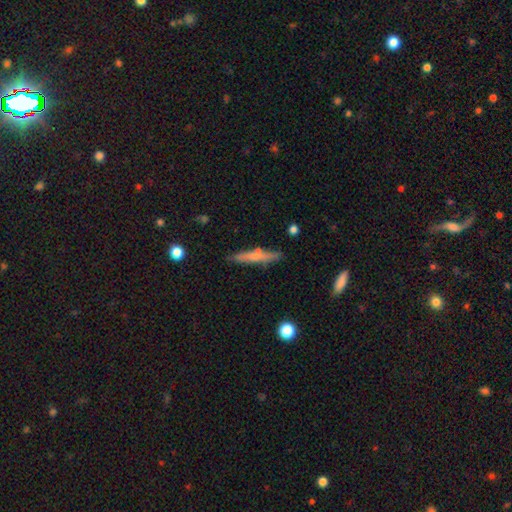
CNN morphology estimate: type=smooth (60%); roundness=cigar-shaped (92%); merging=none (81%).